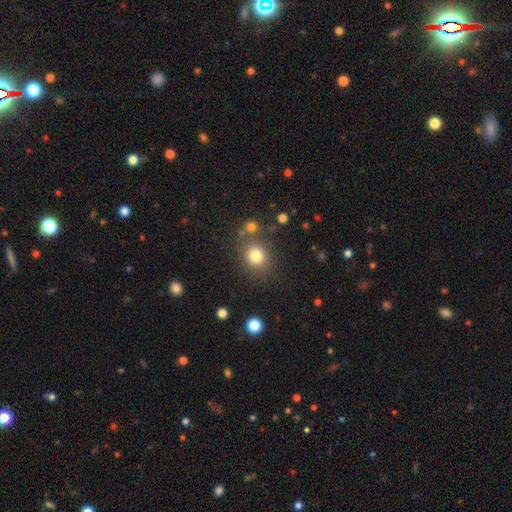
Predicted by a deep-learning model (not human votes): A smooth galaxy with no disk features (80%) that is round (81%).

Vote fractions:
- Smooth or featured? smooth: 80% / star or artifact: 13% / featured or disk: 7%
- How rounded? round: 81% / in between: 18% / cigar-shaped: 1%
- Merging? none: 75% / minor disturbance: 11% / merger: 10% / major disturbance: 5%